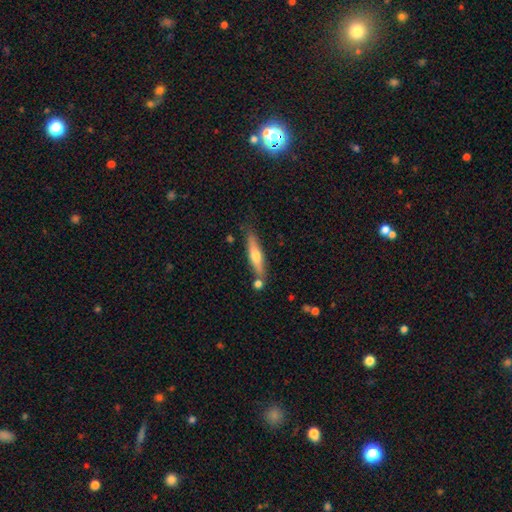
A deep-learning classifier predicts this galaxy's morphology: smooth_or_featured: smooth (p=0.49) [alt: featured or disk p=0.45]
merging: none (p=0.74) [alt: minor disturbance p=0.14]